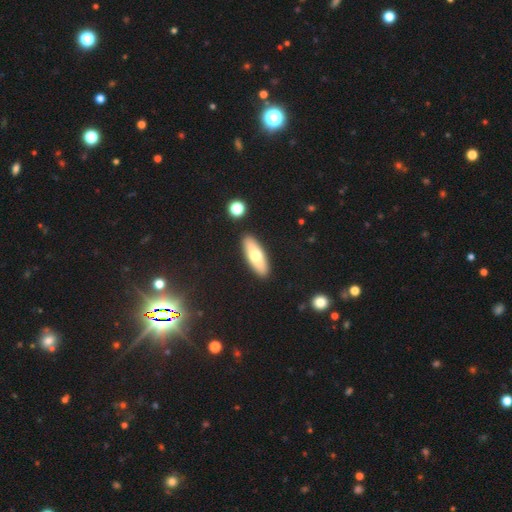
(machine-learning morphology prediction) Smooth or featured?
  - smooth: 64% *
  - featured or disk: 30%
  - star or artifact: 6%
How rounded?
  - in between: 58% *
  - cigar-shaped: 39%
  - round: 3%
Merging?
  - none: 90% *
  - minor disturbance: 7%
  - merger: 2%
  - major disturbance: 2%